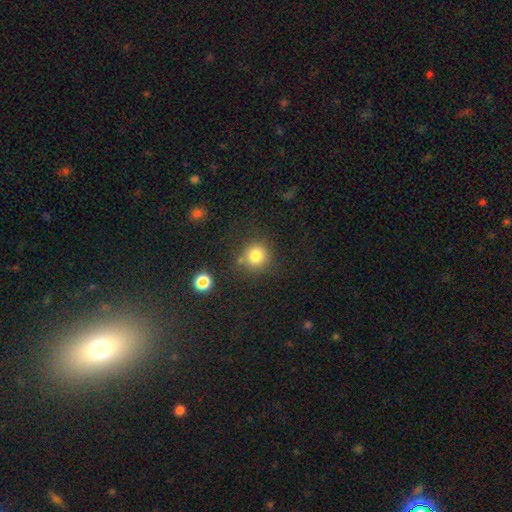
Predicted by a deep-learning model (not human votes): smooth-or-featured: smooth: 81% | star or artifact: 13% | featured or disk: 6%
  how-rounded: round: 91% | in between: 8% | cigar-shaped: 1%
  merging: none: 78% | minor disturbance: 11% | merger: 7% | major disturbance: 4%